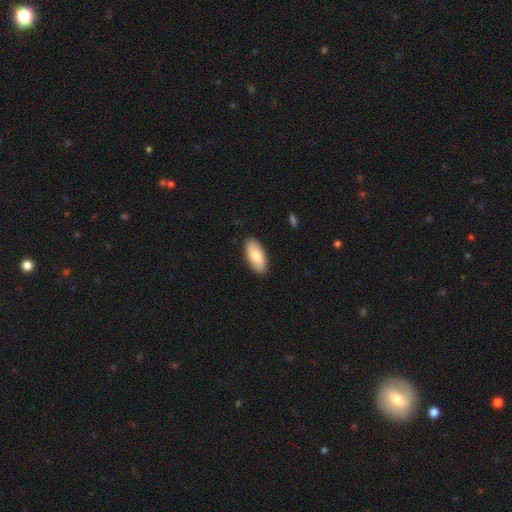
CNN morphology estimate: This appears to be a smooth galaxy with no disk features (76%) that is in between round and cigar-shaped (91%). Merging: none (89%).